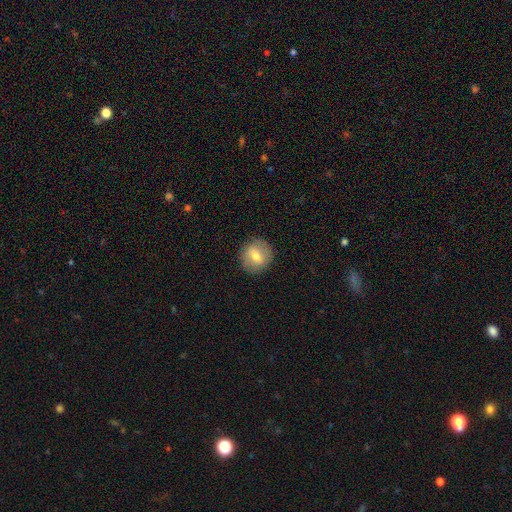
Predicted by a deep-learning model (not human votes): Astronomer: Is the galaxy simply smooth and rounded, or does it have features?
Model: smooth — 61%.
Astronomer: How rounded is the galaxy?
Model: round — 85%.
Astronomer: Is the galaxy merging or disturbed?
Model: none — 88%.